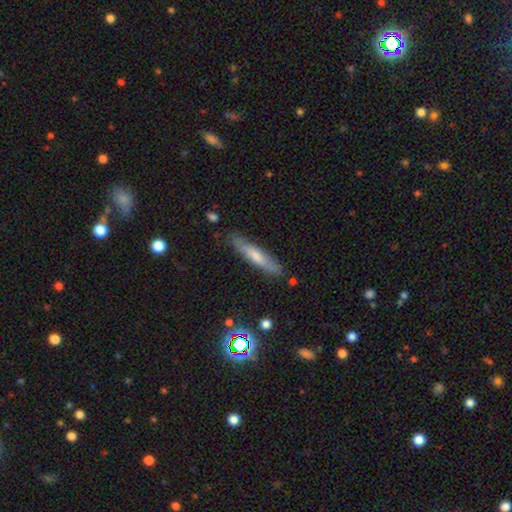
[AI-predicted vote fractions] Morphology: type=smooth (55%); roundness=cigar-shaped (89%); merging=none (85%).